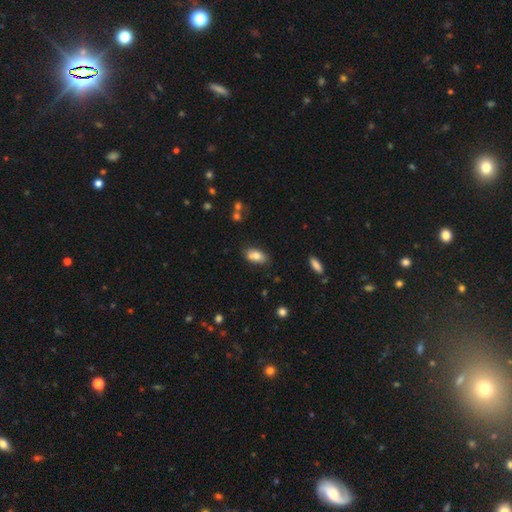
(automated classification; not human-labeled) smooth 77%, featured or disk 15%, star or artifact 8%. Down the decision tree: how rounded — in between (90%); merging — none (68%).